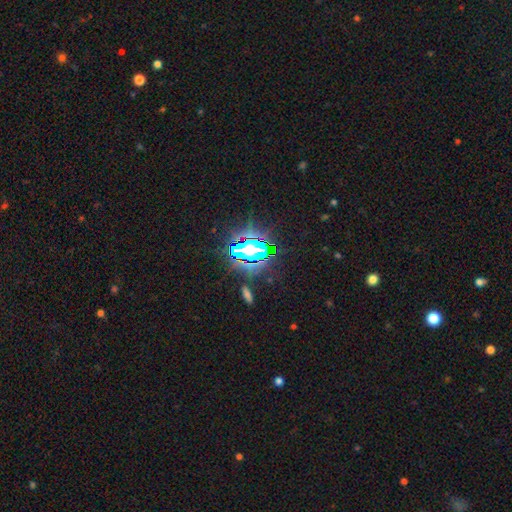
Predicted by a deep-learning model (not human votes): A star or artifact, not a galaxy (70%).

Vote fractions:
- Smooth or featured? star or artifact: 70% / smooth: 17% / featured or disk: 13%